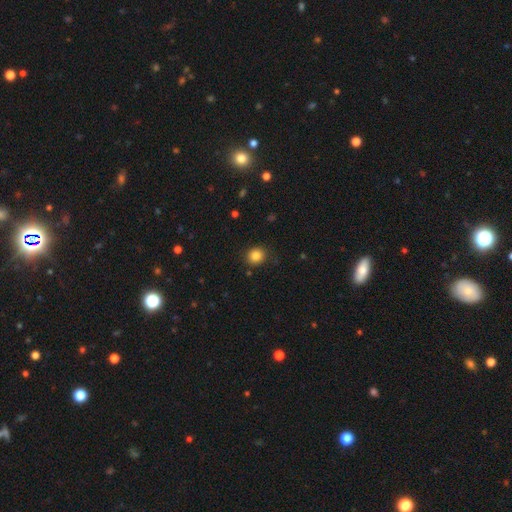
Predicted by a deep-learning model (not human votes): A smooth galaxy with no disk features (84%) that is round (83%).

Vote fractions:
- Smooth or featured? smooth: 84% / star or artifact: 11% / featured or disk: 5%
- How rounded? round: 83% / in between: 16% / cigar-shaped: 1%
- Merging? none: 88% / minor disturbance: 9% / major disturbance: 2% / merger: 1%